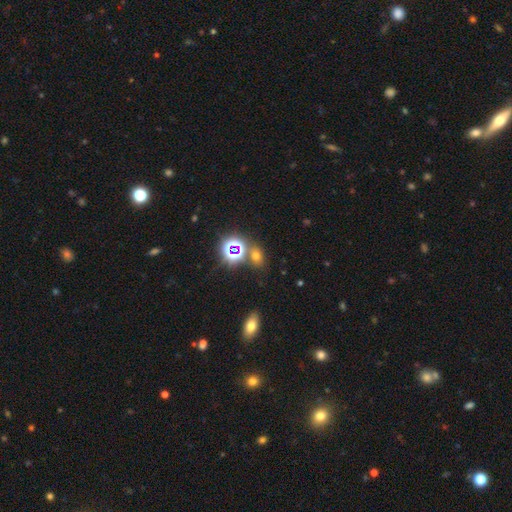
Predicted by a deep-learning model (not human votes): smooth-or-featured: smooth: 54% | star or artifact: 37% | featured or disk: 9%
  how-rounded: in between: 60% | round: 38% | cigar-shaped: 2%
  merging: none: 71% | merger: 13% | minor disturbance: 11% | major disturbance: 4%